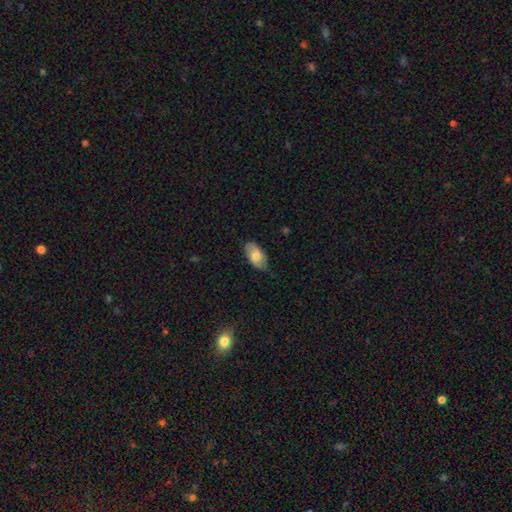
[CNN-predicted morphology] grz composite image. It shows a smooth galaxy with no disk features (74%) that is in between round and cigar-shaped (94%). Merging: none (80%).